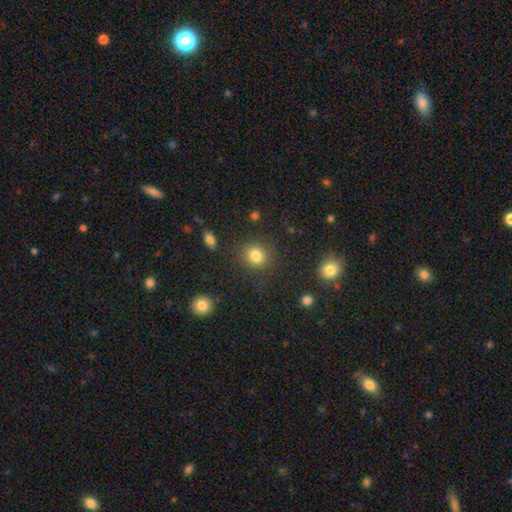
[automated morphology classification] Overall: smooth (82%). How rounded: round (77%). Merging: none (83%).